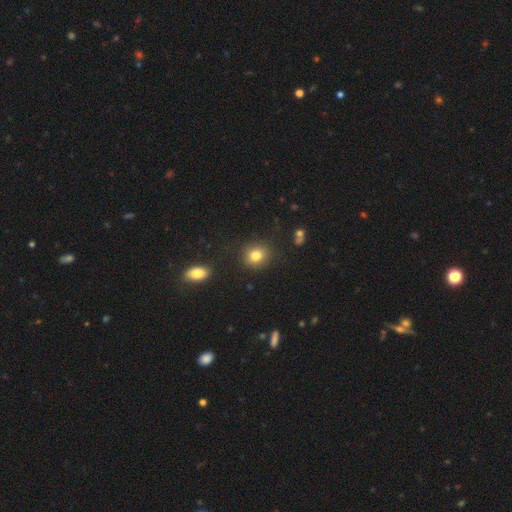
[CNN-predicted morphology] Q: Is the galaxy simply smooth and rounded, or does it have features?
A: smooth — 82%.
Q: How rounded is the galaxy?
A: round — 79%.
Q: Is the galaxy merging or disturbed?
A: none — 87%.